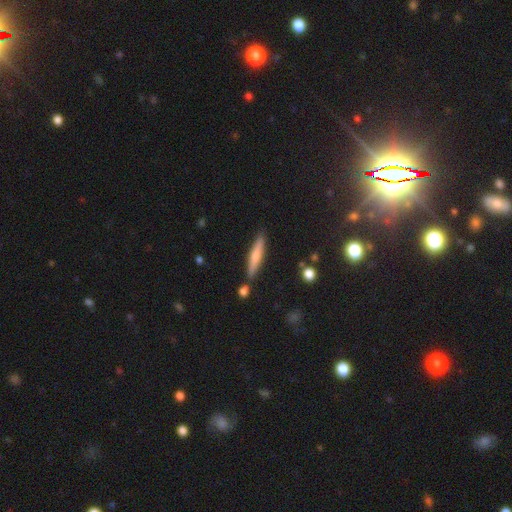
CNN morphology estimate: The model was most divided on "smooth or featured": smooth: 58%, featured or disk: 36%, star or artifact: 6%. More confident: how rounded — cigar-shaped (88%); merging — none (82%).